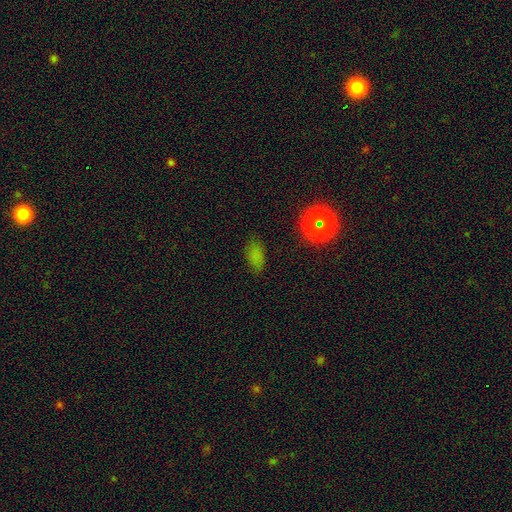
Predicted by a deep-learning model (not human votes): This is likely a smooth galaxy (71%). How rounded: clearly in between (88%). Merging: likely none (80%).